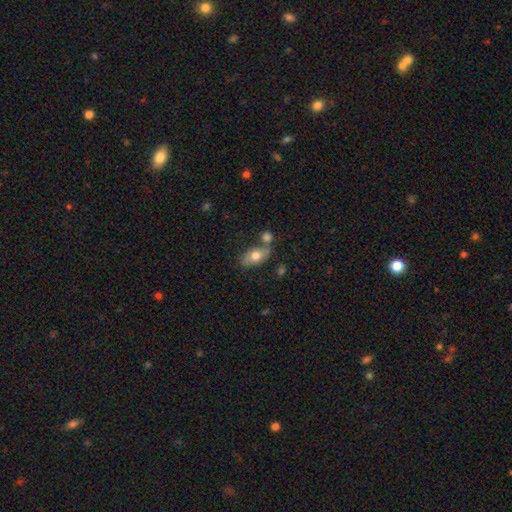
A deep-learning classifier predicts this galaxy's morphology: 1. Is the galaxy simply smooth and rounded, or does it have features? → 69% smooth, 24% featured or disk, 7% star or artifact.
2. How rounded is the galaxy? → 86% in between, 7% round, 6% cigar-shaped.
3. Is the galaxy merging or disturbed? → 60% none, 20% merger, 15% minor disturbance, 5% major disturbance.